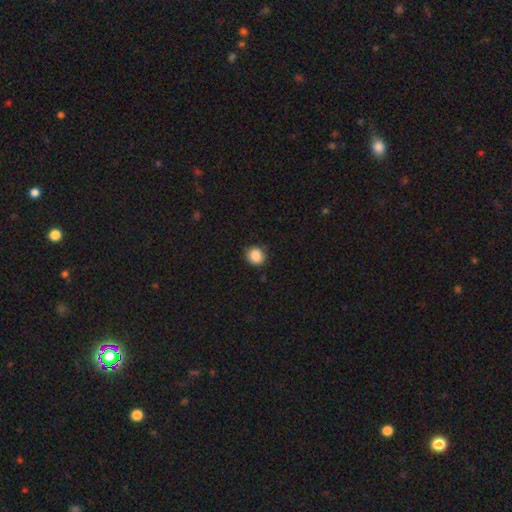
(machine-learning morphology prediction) Overall: smooth (88%). How rounded: round (86%). Merging: none (86%).